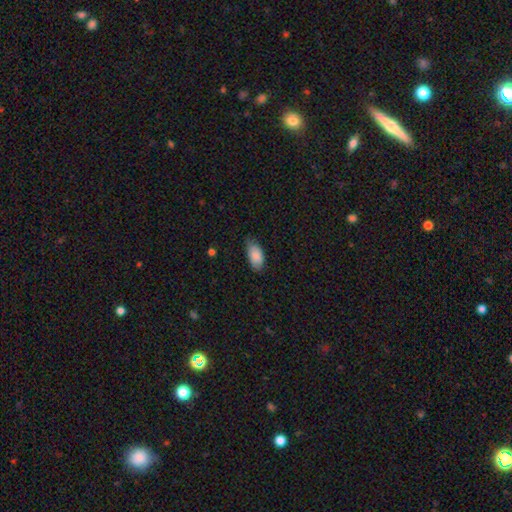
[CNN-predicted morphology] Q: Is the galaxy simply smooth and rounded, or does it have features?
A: smooth — 87%.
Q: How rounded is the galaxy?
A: in between — 94%.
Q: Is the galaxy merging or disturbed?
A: none — 65%.